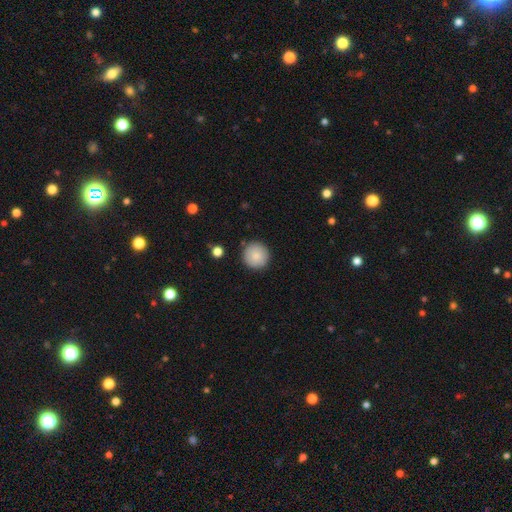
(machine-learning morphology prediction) smooth-or-featured: smooth: 84% | featured or disk: 9% | star or artifact: 7%
  how-rounded: round: 95% | in between: 4% | cigar-shaped: 1%
  merging: none: 89% | minor disturbance: 7% | major disturbance: 2% | merger: 2%